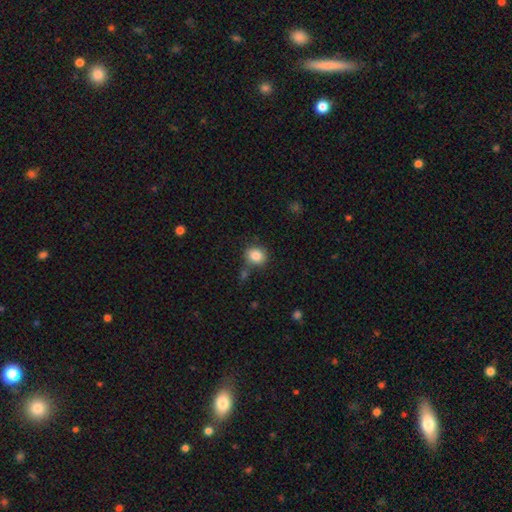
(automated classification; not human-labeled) Smooth or featured?
  - smooth: 85% *
  - star or artifact: 9%
  - featured or disk: 6%
How rounded?
  - round: 74% *
  - in between: 25%
  - cigar-shaped: 1%
Merging?
  - none: 74% *
  - minor disturbance: 13%
  - merger: 9%
  - major disturbance: 4%